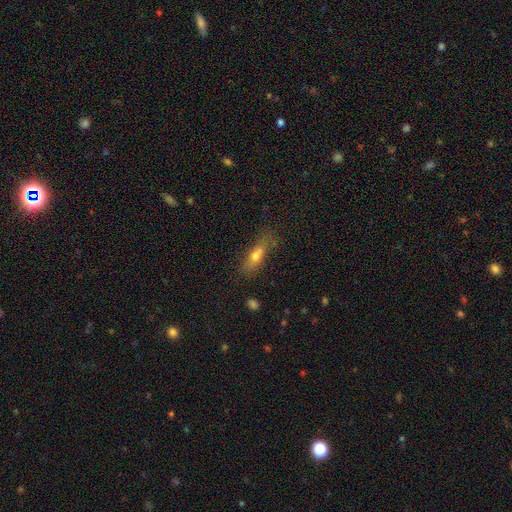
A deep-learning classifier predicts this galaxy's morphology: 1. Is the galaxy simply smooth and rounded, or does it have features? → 64% smooth, 24% featured or disk, 11% star or artifact.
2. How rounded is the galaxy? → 51% in between, 43% cigar-shaped, 6% round.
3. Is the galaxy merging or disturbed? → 54% none, 25% minor disturbance, 13% major disturbance, 8% merger.